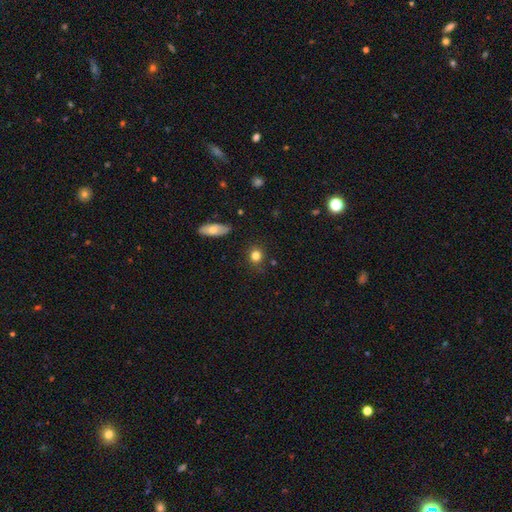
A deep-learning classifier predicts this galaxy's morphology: Q: Smooth or featured?
A: smooth (82%); runner-up: star or artifact (11%)
Q: How rounded?
A: round (82%); runner-up: in between (16%)
Q: Merging?
A: none (83%); runner-up: minor disturbance (12%)